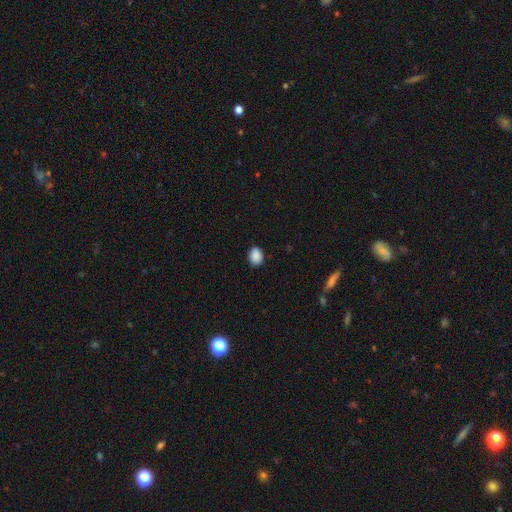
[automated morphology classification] Smooth or featured?
  - smooth: 89% *
  - star or artifact: 8%
  - featured or disk: 3%
How rounded?
  - in between: 61% *
  - round: 38%
  - cigar-shaped: 1%
Merging?
  - none: 86% *
  - minor disturbance: 10%
  - major disturbance: 2%
  - merger: 1%